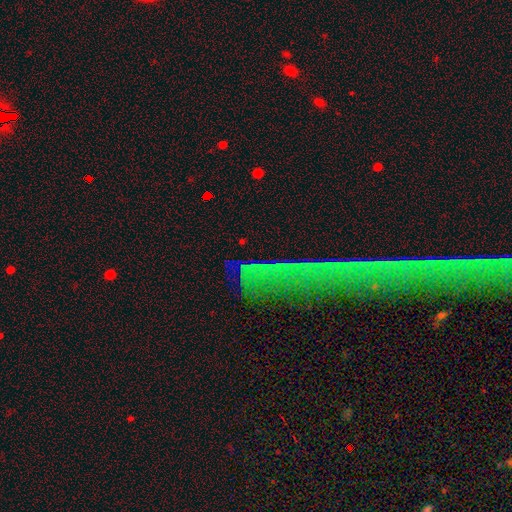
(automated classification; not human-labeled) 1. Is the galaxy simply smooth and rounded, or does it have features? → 63% star or artifact, 19% featured or disk, 18% smooth.